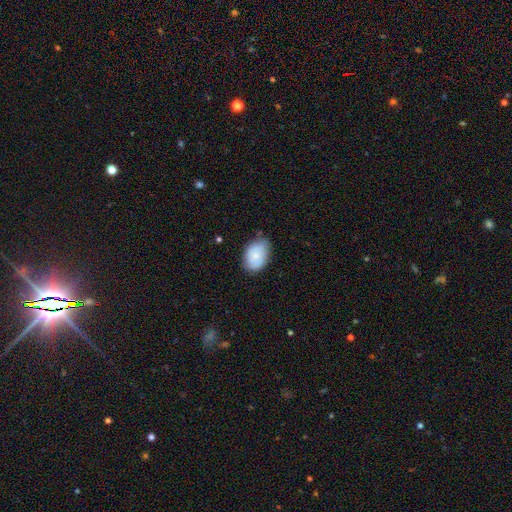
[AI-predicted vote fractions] smooth_or_featured: smooth (p=0.67) [alt: featured or disk p=0.26]
how_rounded: in between (p=0.80) [alt: round p=0.19]
merging: none (p=0.69) [alt: minor disturbance p=0.25]